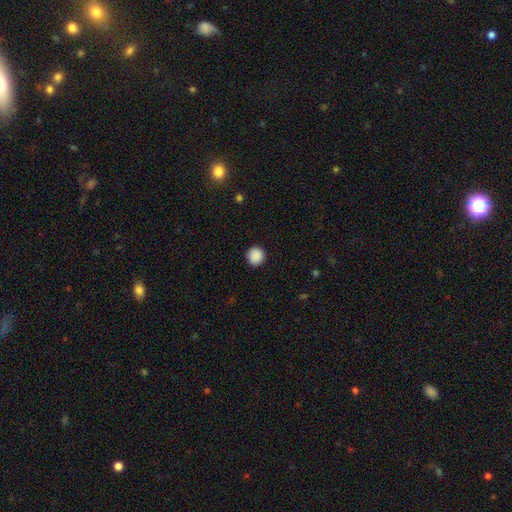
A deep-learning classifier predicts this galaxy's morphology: smooth-or-featured: smooth: 89% | star or artifact: 9% | featured or disk: 2%
  how-rounded: round: 93% | in between: 7% | cigar-shaped: 1%
  merging: none: 91% | minor disturbance: 6% | major disturbance: 2% | merger: 1%